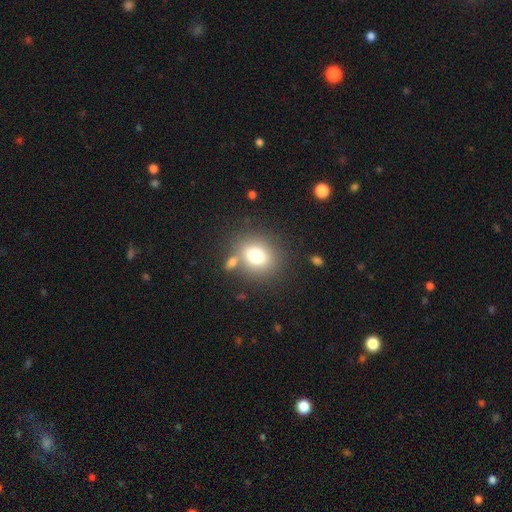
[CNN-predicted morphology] smooth 75%, featured or disk 13%, star or artifact 12%. Down the decision tree: how rounded — round (63%); merging — none (68%).